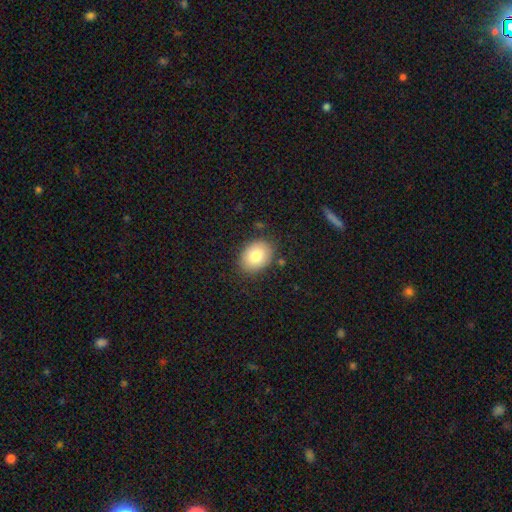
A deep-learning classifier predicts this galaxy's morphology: A smooth galaxy with no disk features (82%) that is in between round and cigar-shaped (66%). Merging: none (84%).